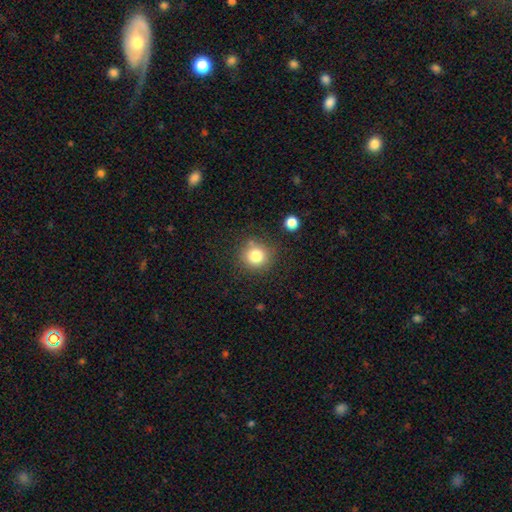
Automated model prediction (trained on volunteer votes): A smooth galaxy with no disk features (80%) that is round (91%).

Vote fractions:
- Smooth or featured? smooth: 80% / star or artifact: 12% / featured or disk: 8%
- How rounded? round: 91% / in between: 8% / cigar-shaped: 1%
- Merging? none: 80% / minor disturbance: 11% / merger: 5% / major disturbance: 4%